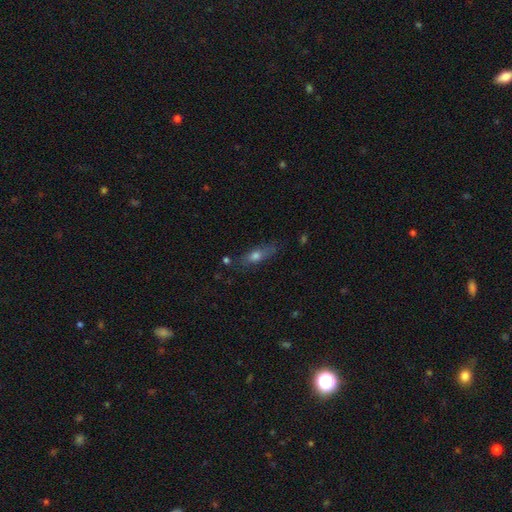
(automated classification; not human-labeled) This is possibly a smooth galaxy (60%). How rounded: possibly in between (48%). Merging: likely none (71%).